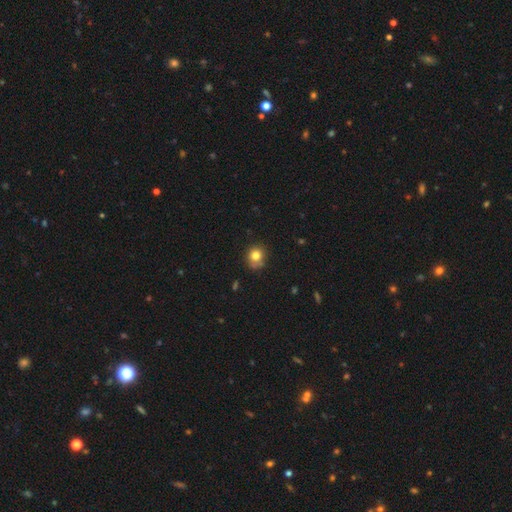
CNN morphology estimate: smooth 79%, star or artifact 12%, featured or disk 9%. Down the decision tree: how rounded — round (82%); merging — none (71%).